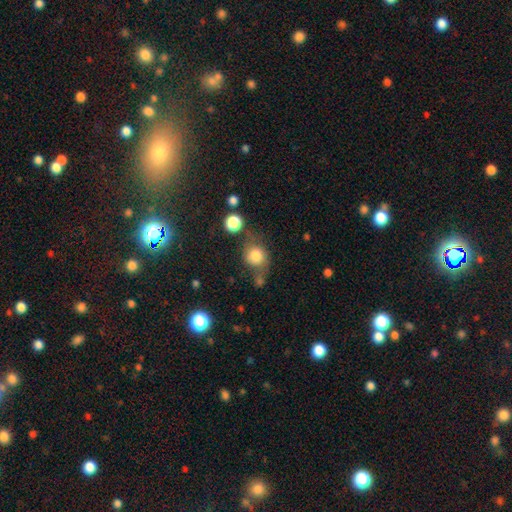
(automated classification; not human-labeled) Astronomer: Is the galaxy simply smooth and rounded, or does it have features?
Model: smooth — 77%.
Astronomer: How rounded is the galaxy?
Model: round — 71%.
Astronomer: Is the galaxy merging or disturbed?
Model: none — 53%.